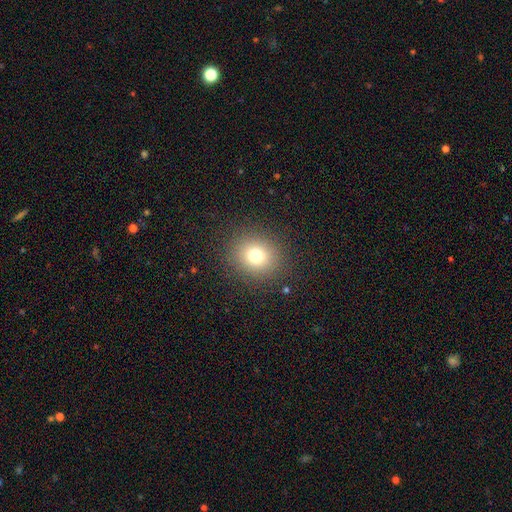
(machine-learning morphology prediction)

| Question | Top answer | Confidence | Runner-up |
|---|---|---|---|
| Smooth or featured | smooth | 75% | star or artifact (16%) |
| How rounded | round | 80% | in between (19%) |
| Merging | none | 88% | minor disturbance (7%) |